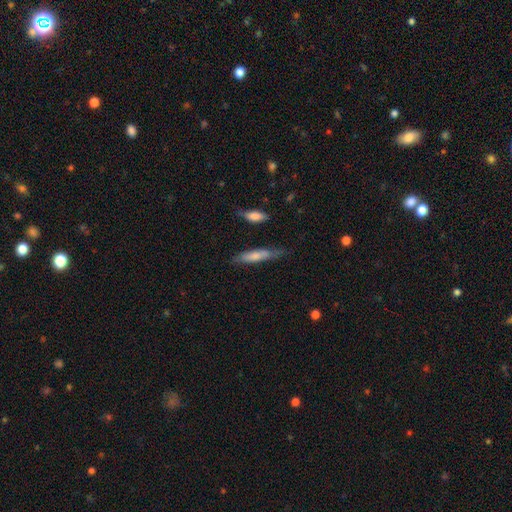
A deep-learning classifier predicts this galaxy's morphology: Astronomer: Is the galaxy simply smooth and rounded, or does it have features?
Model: smooth — 69%.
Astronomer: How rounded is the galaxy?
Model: cigar-shaped — 80%.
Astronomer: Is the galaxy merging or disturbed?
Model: none — 69%.